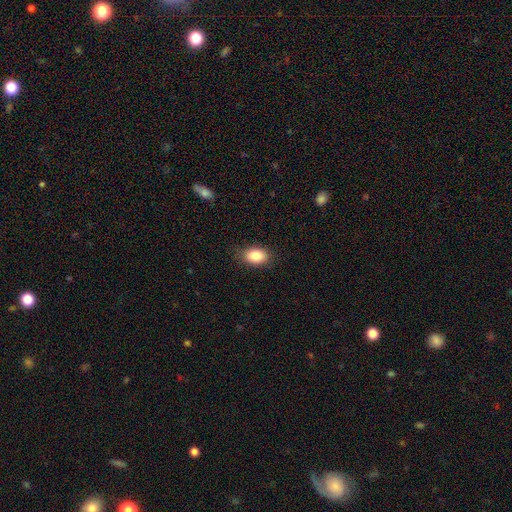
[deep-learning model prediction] Smooth or featured? Predicted: smooth (p=0.86). How rounded? Predicted: in between (p=0.82). Merging? Predicted: none (p=0.84).